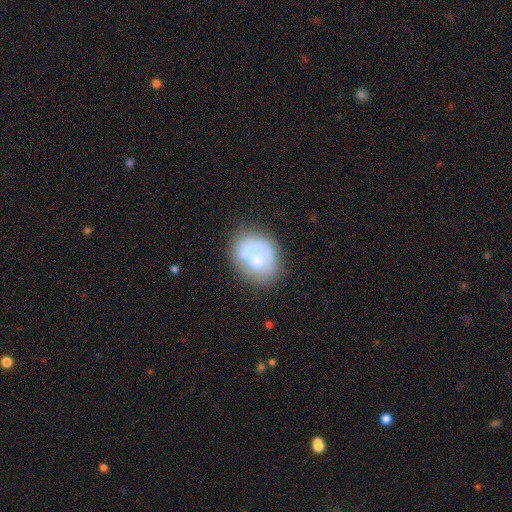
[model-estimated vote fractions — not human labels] smooth-or-featured: smooth: 48% | featured or disk: 44% | star or artifact: 8%
  merging: none: 50% | minor disturbance: 24% | major disturbance: 16% | merger: 10%